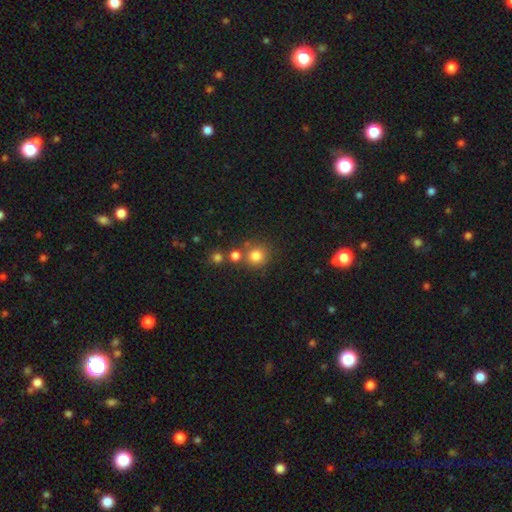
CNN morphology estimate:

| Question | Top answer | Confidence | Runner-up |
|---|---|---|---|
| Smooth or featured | smooth | 80% | star or artifact (13%) |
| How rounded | round | 90% | in between (9%) |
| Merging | none | 69% | merger (18%) |